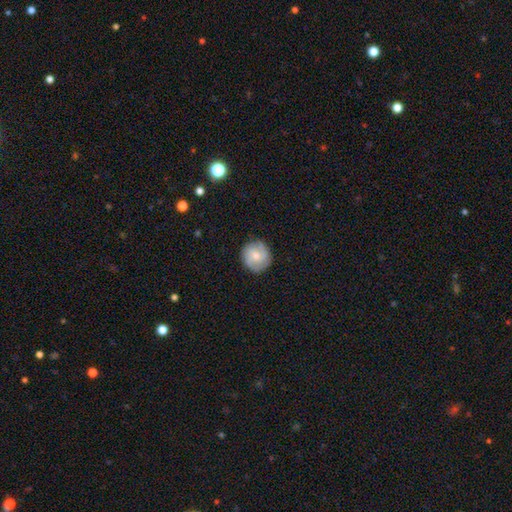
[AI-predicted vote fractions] Smooth or featured: featured or disk — 53% (smooth — 40%)
Edge-on disk: no — 98% (yes — 2%)
Bar: no — 57% (weak — 36%)
Spiral arms: yes — 89% (no — 11%)
Bulge size: small — 48% (moderate — 45%)
Merging: none — 85% (minor disturbance — 11%)